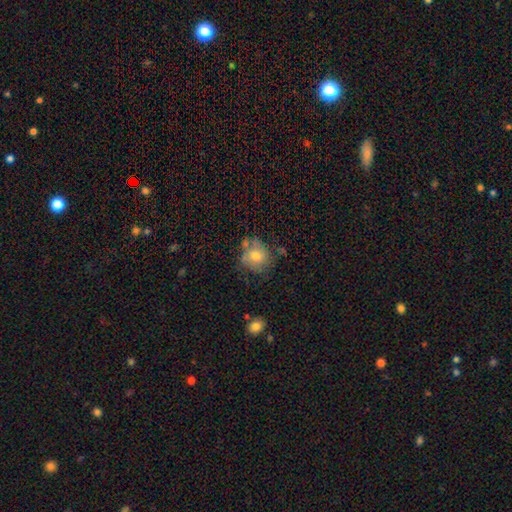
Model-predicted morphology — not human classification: Q: Smooth or featured?
A: smooth (69%); runner-up: featured or disk (22%)
Q: How rounded?
A: round (79%); runner-up: in between (20%)
Q: Merging?
A: none (59%); runner-up: minor disturbance (23%)